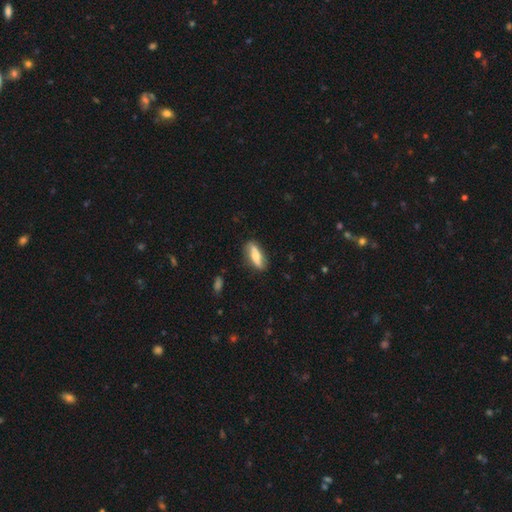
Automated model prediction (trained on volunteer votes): The model was most divided on "smooth or featured": smooth: 49%, featured or disk: 45%, star or artifact: 6%. More confident: merging — none (81%).